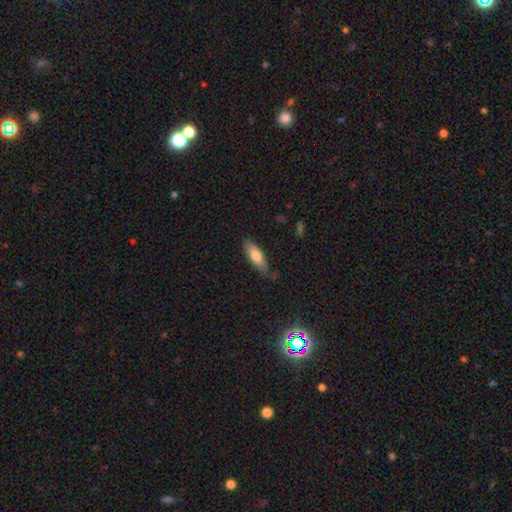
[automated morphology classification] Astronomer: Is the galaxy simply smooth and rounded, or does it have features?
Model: smooth — 72%.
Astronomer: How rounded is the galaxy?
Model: in between — 61% (runner-up: cigar-shaped, 37%).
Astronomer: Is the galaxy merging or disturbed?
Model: none — 71%.